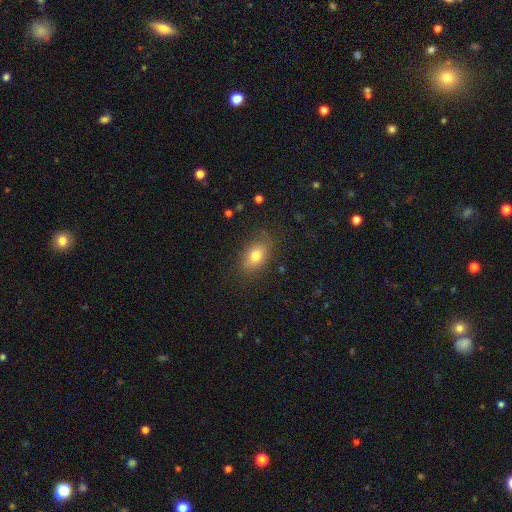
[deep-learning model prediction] Smooth or featured?
  - smooth: 79% *
  - featured or disk: 11%
  - star or artifact: 10%
How rounded?
  - in between: 82% *
  - round: 16%
  - cigar-shaped: 2%
Merging?
  - none: 82% *
  - minor disturbance: 13%
  - major disturbance: 4%
  - merger: 1%